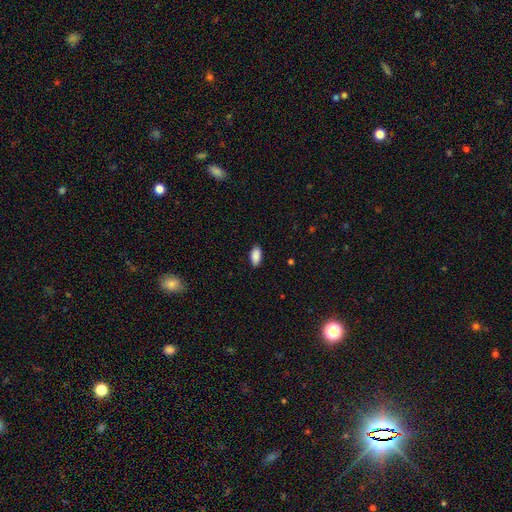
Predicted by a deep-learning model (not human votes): Smooth or featured: smooth — 90% (star or artifact — 7%)
How rounded: in between — 92% (cigar-shaped — 6%)
Merging: none — 87% (minor disturbance — 10%)